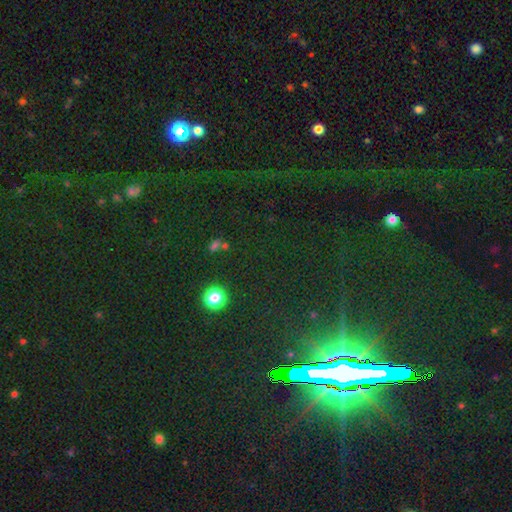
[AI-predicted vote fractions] This appears to be a star or artifact, not a galaxy (75%).